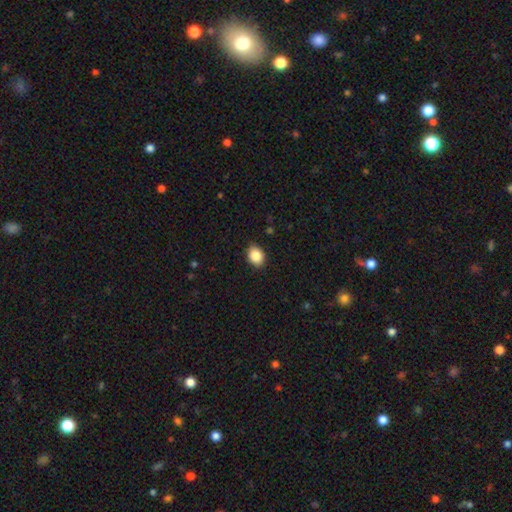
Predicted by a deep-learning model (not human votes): smooth-or-featured: smooth: 87% | star or artifact: 8% | featured or disk: 5%
  how-rounded: in between: 64% | round: 35% | cigar-shaped: 1%
  merging: none: 87% | minor disturbance: 10% | major disturbance: 2% | merger: 1%